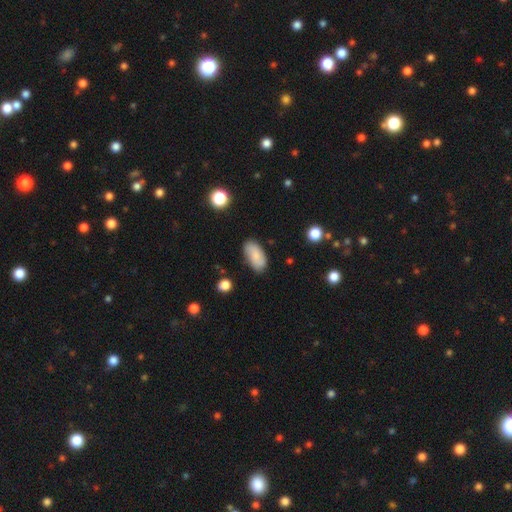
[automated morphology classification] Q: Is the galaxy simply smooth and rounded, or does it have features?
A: smooth — 80%.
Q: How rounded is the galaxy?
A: in between — 93%.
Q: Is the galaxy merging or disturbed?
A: none — 78%.